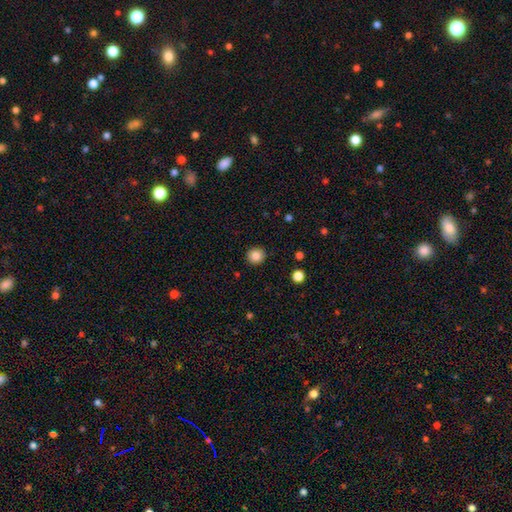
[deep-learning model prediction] Q: Smooth or featured?
A: smooth (85%); runner-up: star or artifact (10%)
Q: How rounded?
A: round (92%); runner-up: in between (7%)
Q: Merging?
A: none (92%); runner-up: minor disturbance (5%)